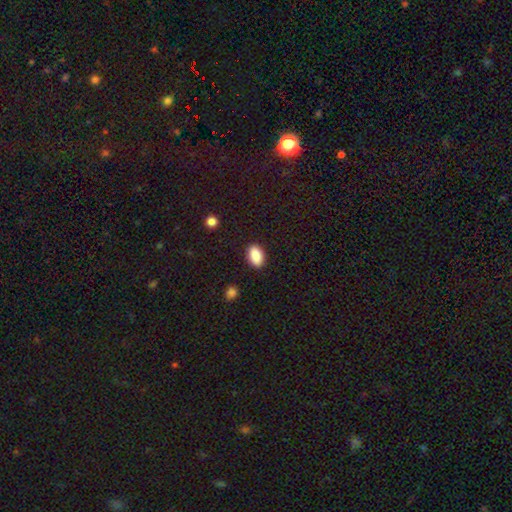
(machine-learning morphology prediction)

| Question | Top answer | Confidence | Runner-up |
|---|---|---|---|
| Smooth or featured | smooth | 89% | star or artifact (7%) |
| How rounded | in between | 91% | round (7%) |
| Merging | none | 88% | minor disturbance (9%) |